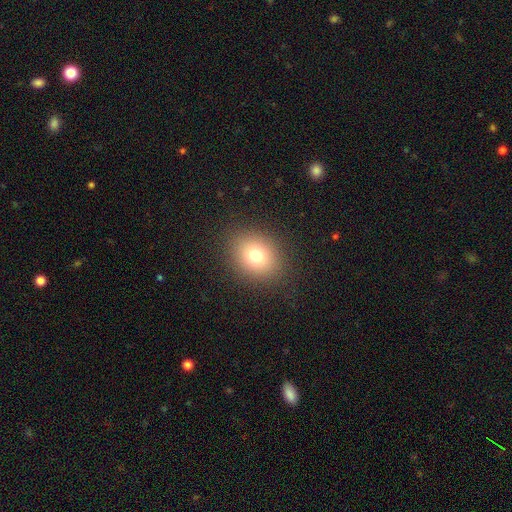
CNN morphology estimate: A smooth galaxy with no disk features (75%) that is round (59%).

Vote fractions:
- Smooth or featured? smooth: 75% / star or artifact: 14% / featured or disk: 11%
- How rounded? round: 59% / in between: 40% / cigar-shaped: 1%
- Merging? none: 87% / minor disturbance: 8% / major disturbance: 4% / merger: 1%